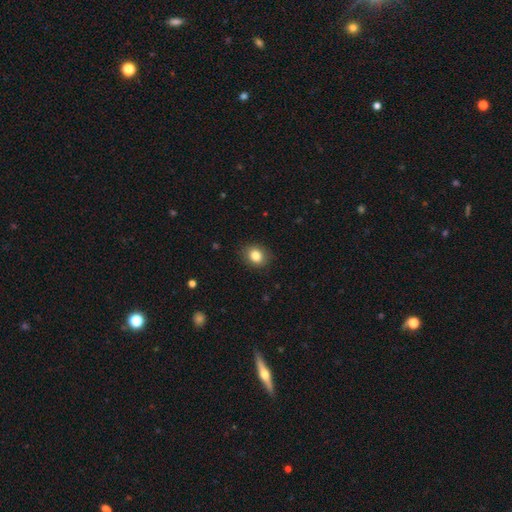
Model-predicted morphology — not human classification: A smooth galaxy with no disk features (83%) that is round (57%).

Vote fractions:
- Smooth or featured? smooth: 83% / star or artifact: 10% / featured or disk: 7%
- How rounded? round: 57% / in between: 42% / cigar-shaped: 1%
- Merging? none: 87% / minor disturbance: 9% / major disturbance: 2% / merger: 1%